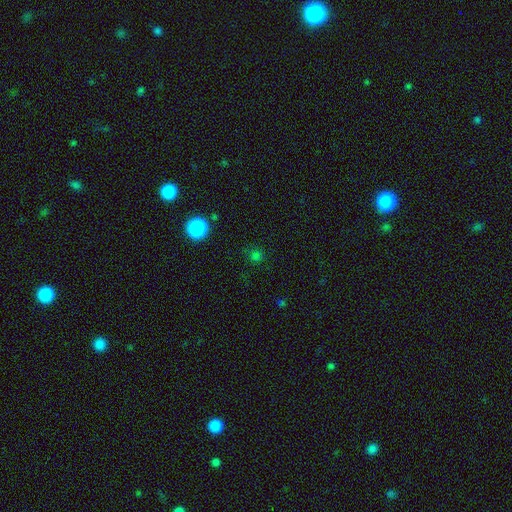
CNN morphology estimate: type=smooth (65%); roundness=round (90%); merging=none (83%).